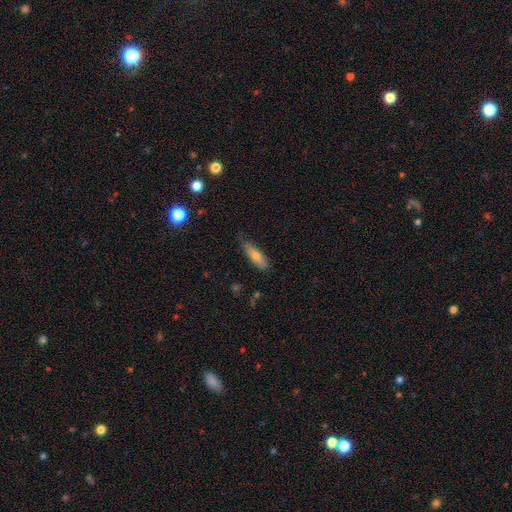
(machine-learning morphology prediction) Smooth or featured? Predicted: smooth (p=0.70). How rounded? Predicted: cigar-shaped (p=0.55). Merging? Predicted: none (p=0.70).